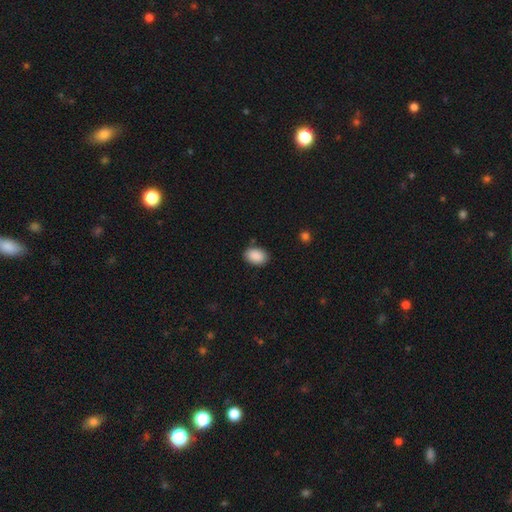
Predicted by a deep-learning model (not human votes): Q: Smooth or featured?
A: smooth (90%); runner-up: star or artifact (7%)
Q: How rounded?
A: in between (83%); runner-up: round (16%)
Q: Merging?
A: none (86%); runner-up: minor disturbance (10%)